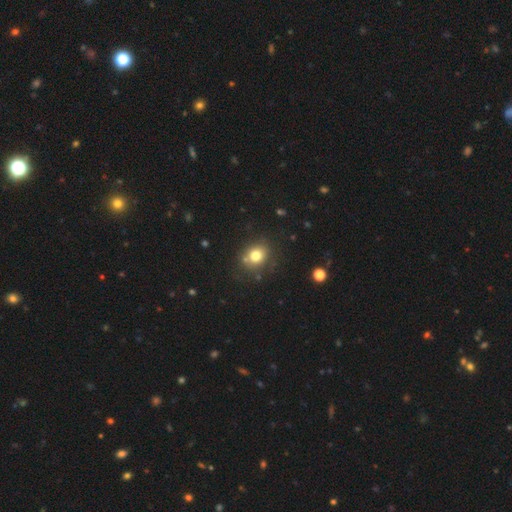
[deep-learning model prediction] A smooth galaxy with no disk features (77%) that is round (67%). Merging: none (77%).